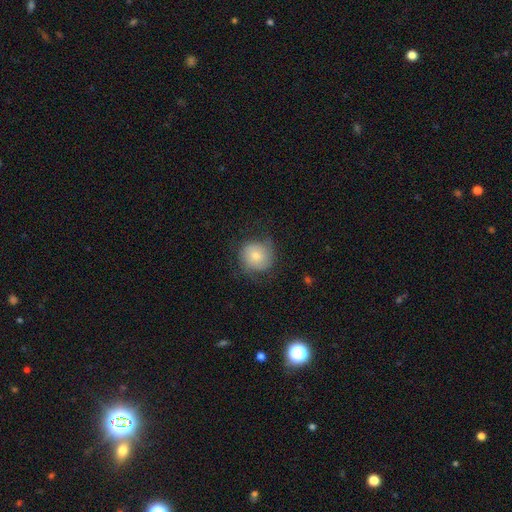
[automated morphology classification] Smooth or featured? smooth (66%)
How rounded? round (89%)
Merging? none (67%)